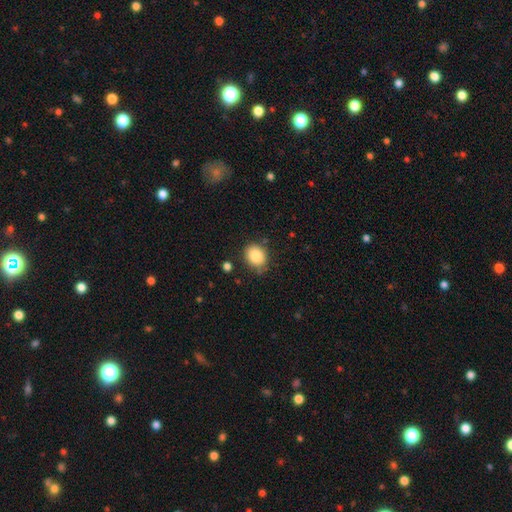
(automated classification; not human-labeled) smooth_or_featured: smooth (p=0.85) [alt: star or artifact p=0.09]
how_rounded: round (p=0.66) [alt: in between p=0.33]
merging: none (p=0.78) [alt: minor disturbance p=0.16]